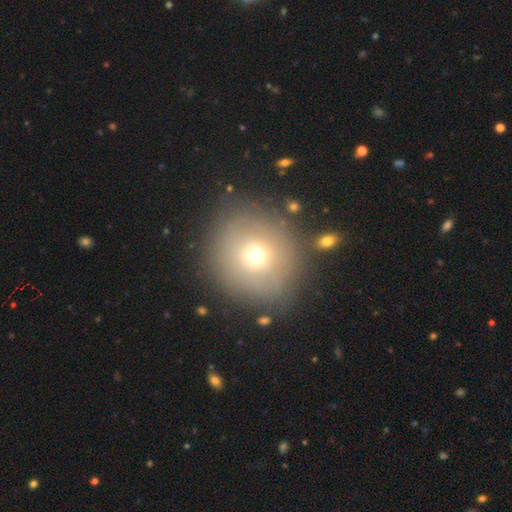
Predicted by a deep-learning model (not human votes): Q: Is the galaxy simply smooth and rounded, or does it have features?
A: smooth — 65%.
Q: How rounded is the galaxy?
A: round — 89%.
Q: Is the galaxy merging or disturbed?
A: none — 81%.